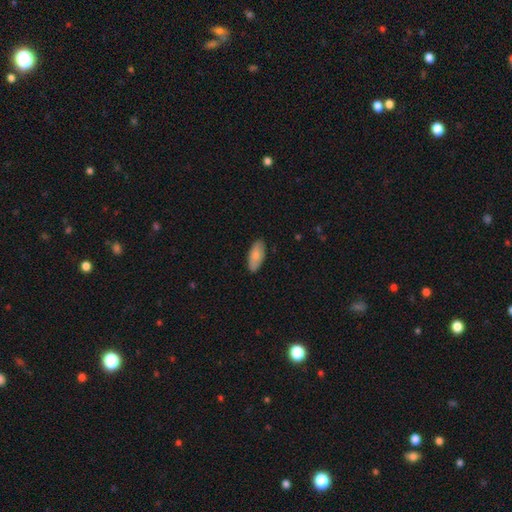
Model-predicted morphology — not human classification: The model was most divided on "smooth or featured": smooth: 83%, featured or disk: 12%, star or artifact: 6%. More confident: how rounded — in between (88%); merging — none (86%).